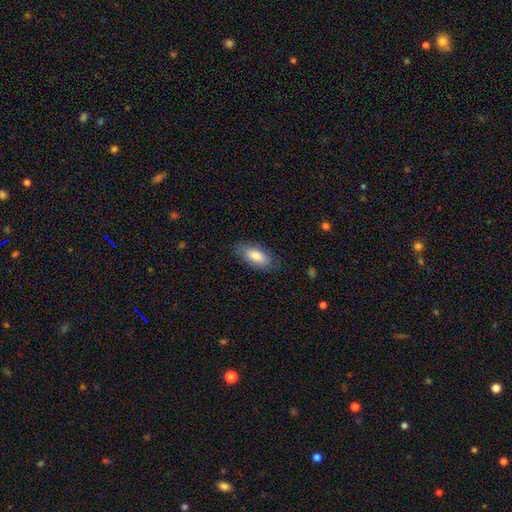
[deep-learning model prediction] Smooth or featured: smooth — 81% (featured or disk — 13%)
How rounded: in between — 87% (cigar-shaped — 11%)
Merging: none — 81% (minor disturbance — 15%)